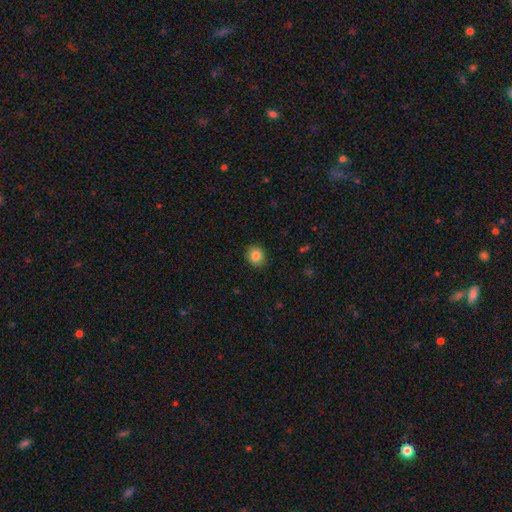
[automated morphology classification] Q: Smooth or featured?
A: smooth (85%); runner-up: star or artifact (9%)
Q: How rounded?
A: round (75%); runner-up: in between (25%)
Q: Merging?
A: none (89%); runner-up: minor disturbance (8%)